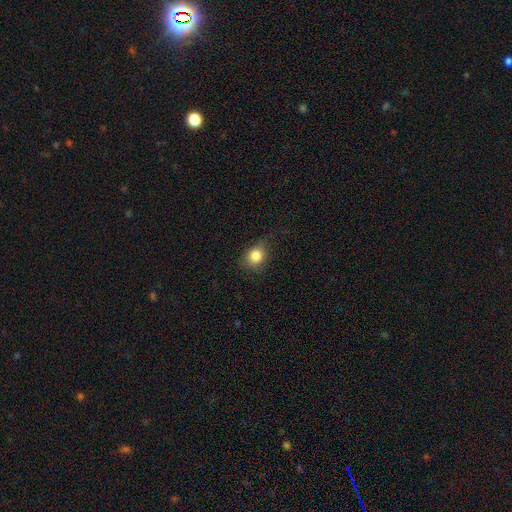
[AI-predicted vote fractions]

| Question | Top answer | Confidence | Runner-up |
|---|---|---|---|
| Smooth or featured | smooth | 82% | star or artifact (11%) |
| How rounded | round | 67% | in between (32%) |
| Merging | none | 72% | minor disturbance (21%) |